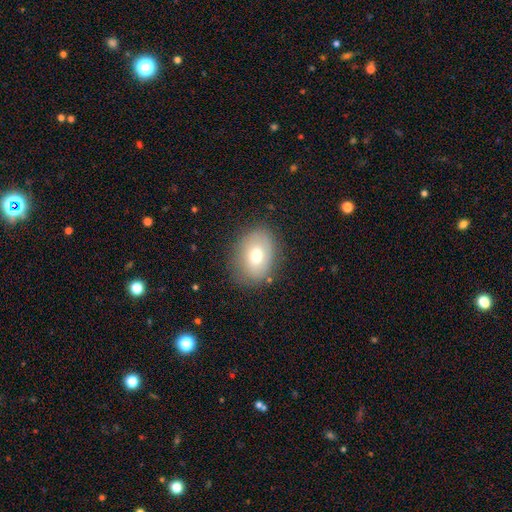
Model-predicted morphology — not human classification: A smooth galaxy with no disk features (68%) that is in between round and cigar-shaped (66%). Merging: none (80%).